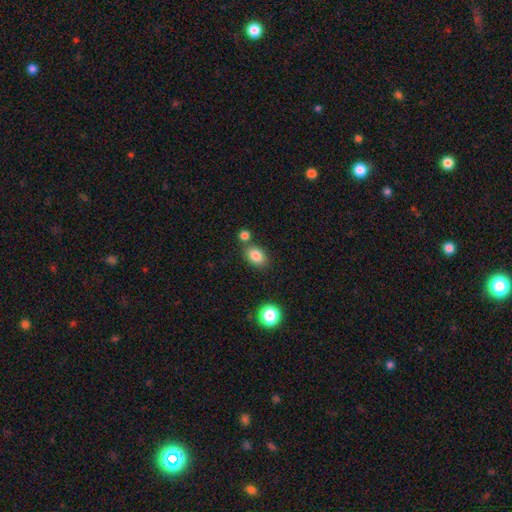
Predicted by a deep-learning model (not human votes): This is clearly a smooth galaxy (84%). How rounded: likely in between (74%). Merging: likely none (68%).